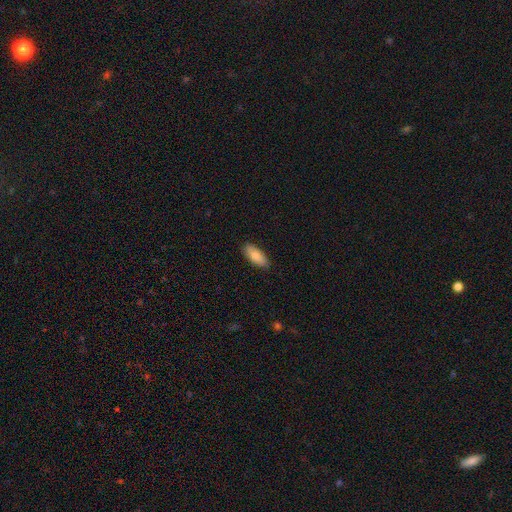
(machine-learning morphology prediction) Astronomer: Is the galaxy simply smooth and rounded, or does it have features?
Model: smooth — 85%.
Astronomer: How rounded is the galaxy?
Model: in between — 80%.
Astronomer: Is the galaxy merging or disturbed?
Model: none — 87%.